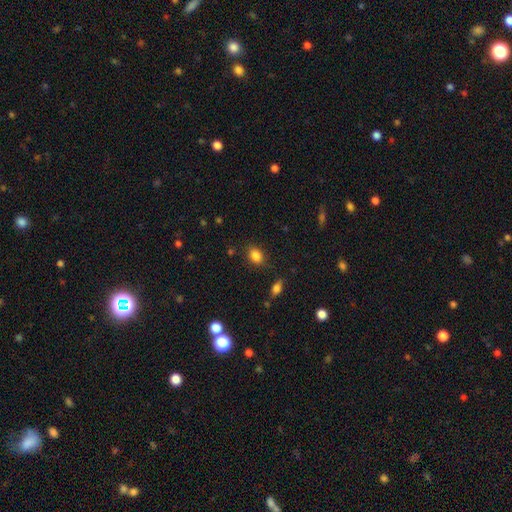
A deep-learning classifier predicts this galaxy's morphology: smooth_or_featured: smooth (p=0.85) [alt: star or artifact p=0.10]
how_rounded: in between (p=0.69) [alt: round p=0.29]
merging: none (p=0.81) [alt: minor disturbance p=0.14]